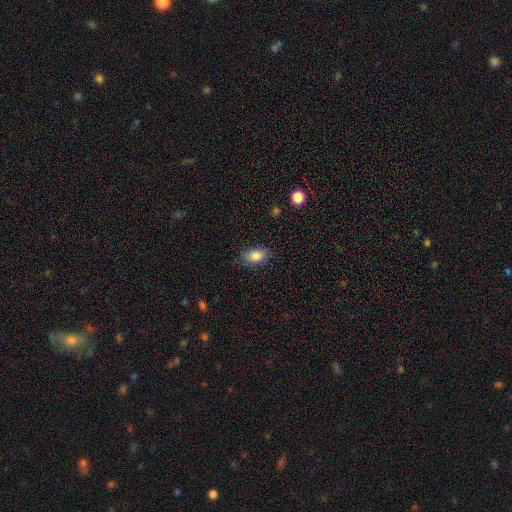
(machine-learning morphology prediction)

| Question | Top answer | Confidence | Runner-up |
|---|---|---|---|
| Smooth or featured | smooth | 86% | star or artifact (8%) |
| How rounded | in between | 88% | round (10%) |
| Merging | none | 83% | minor disturbance (13%) |